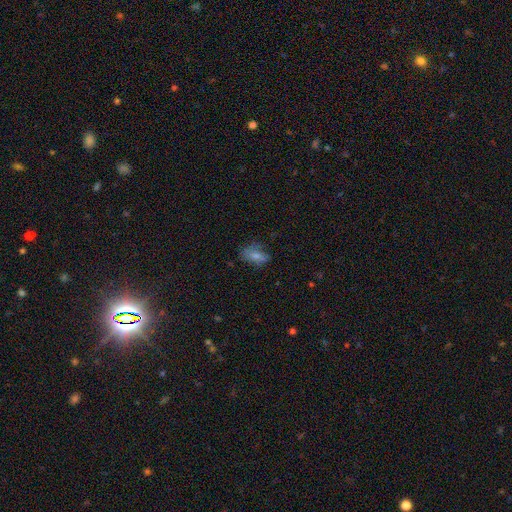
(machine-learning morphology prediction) type=smooth (47%); merging=none (66%).